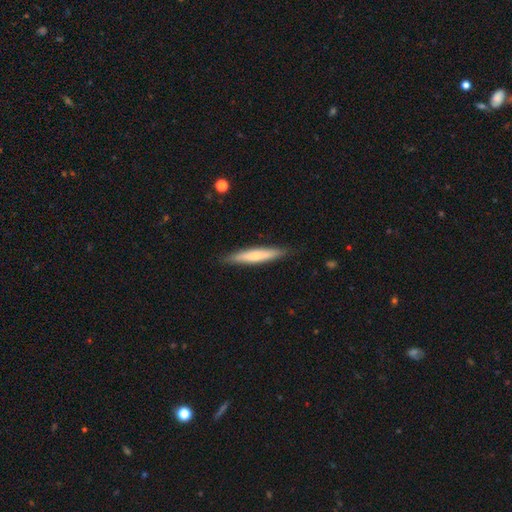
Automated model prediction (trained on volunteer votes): Smooth or featured: smooth — 58% (featured or disk — 37%)
How rounded: cigar-shaped — 91% (in between — 8%)
Merging: none — 88% (minor disturbance — 9%)